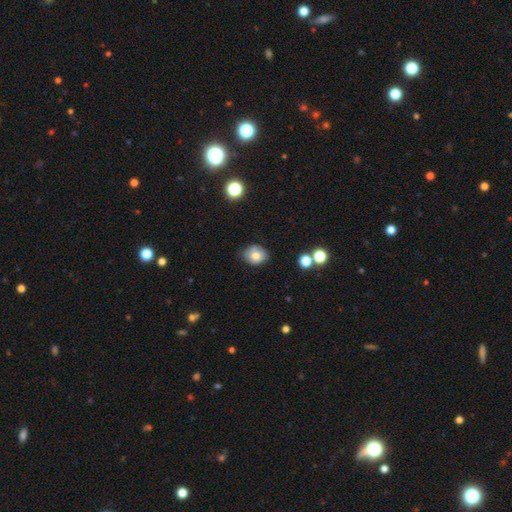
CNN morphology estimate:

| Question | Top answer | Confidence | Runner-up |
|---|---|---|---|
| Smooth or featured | smooth | 76% | featured or disk (14%) |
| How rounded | round | 57% | in between (42%) |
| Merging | none | 78% | minor disturbance (17%) |